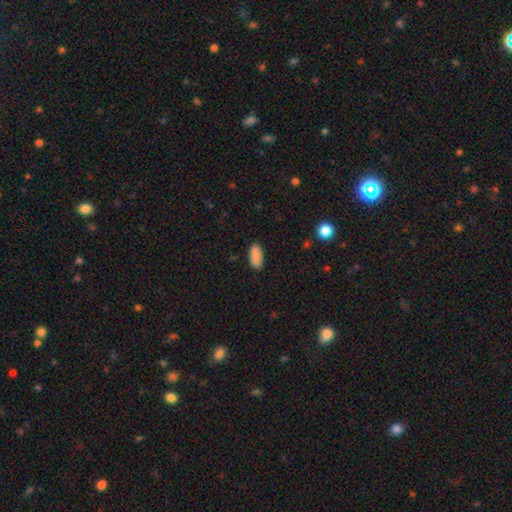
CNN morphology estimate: Smooth or featured?
  - smooth: 89% *
  - star or artifact: 7%
  - featured or disk: 4%
How rounded?
  - in between: 90% *
  - cigar-shaped: 8%
  - round: 2%
Merging?
  - none: 87% *
  - minor disturbance: 10%
  - major disturbance: 2%
  - merger: 1%